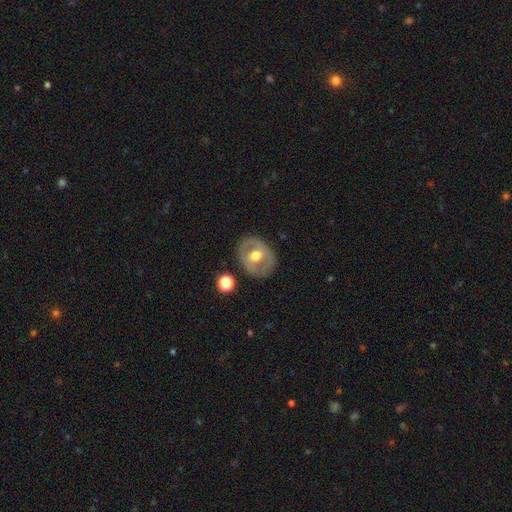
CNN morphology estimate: featured or disk 58%, smooth 36%, star or artifact 6%. Down the decision tree: edge-on disk — no (94%); bar — no (54%); spiral arms — no (75%); bulge size — moderate (77%); merging — none (81%).